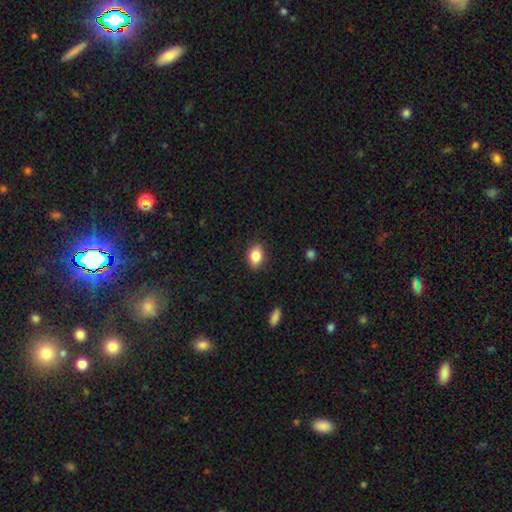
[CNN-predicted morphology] Smooth or featured: smooth — 85% (star or artifact — 9%)
How rounded: in between — 78% (round — 21%)
Merging: none — 87% (minor disturbance — 10%)